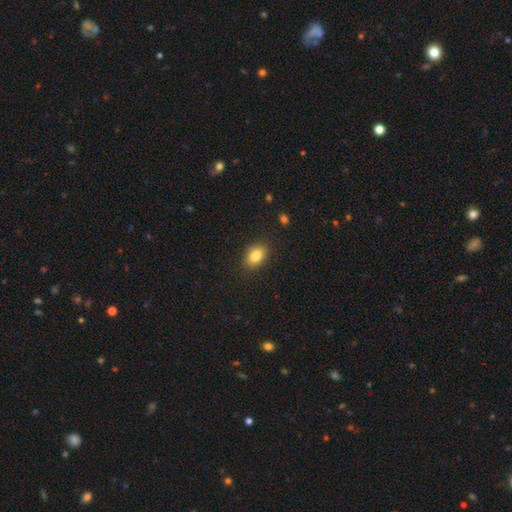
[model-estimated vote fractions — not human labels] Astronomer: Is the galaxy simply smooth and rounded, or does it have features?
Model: smooth — 85%.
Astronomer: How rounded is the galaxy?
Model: in between — 80%.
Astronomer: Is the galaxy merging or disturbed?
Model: none — 85%.